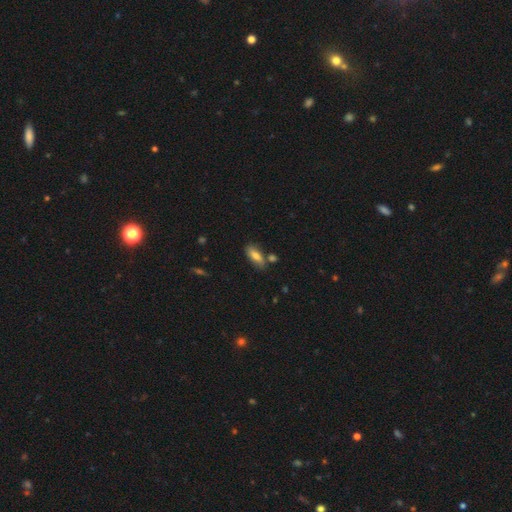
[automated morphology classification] This is likely a smooth galaxy (77%). How rounded: likely in between (75%). Merging: likely none (70%).